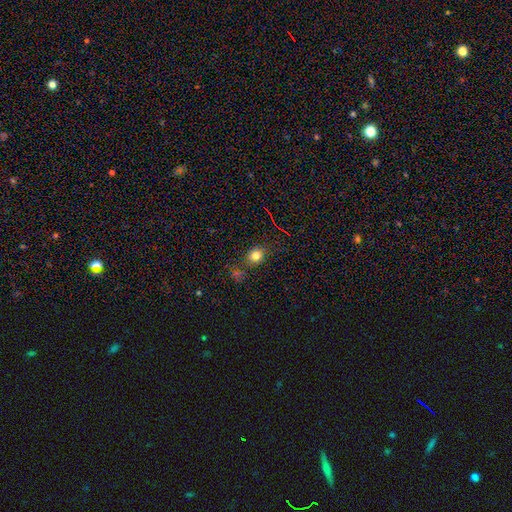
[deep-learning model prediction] smooth 77%, star or artifact 15%, featured or disk 8%. Down the decision tree: how rounded — round (53%); merging — none (75%).